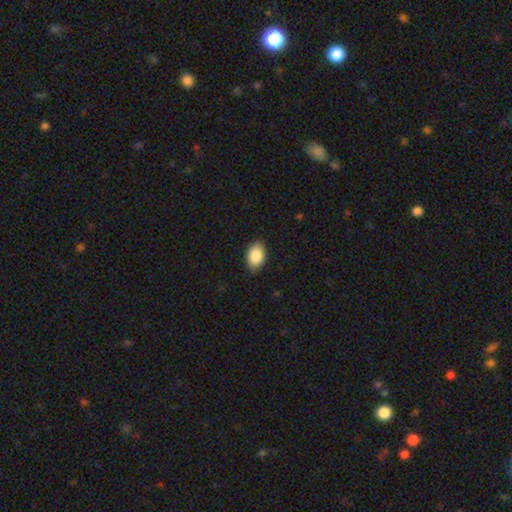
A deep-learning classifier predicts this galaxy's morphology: This appears to be a smooth galaxy with no disk features (88%) that is in between round and cigar-shaped (88%). Merging: none (88%).